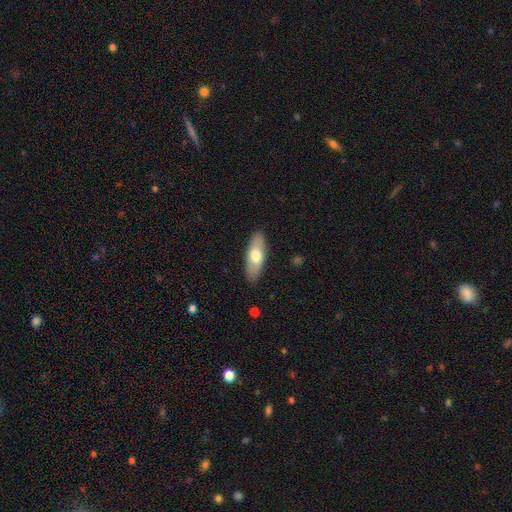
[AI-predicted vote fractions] The model was most divided on "smooth or featured": smooth: 66%, featured or disk: 29%, star or artifact: 5%. More confident: merging — none (87%); how rounded — in between (73%).